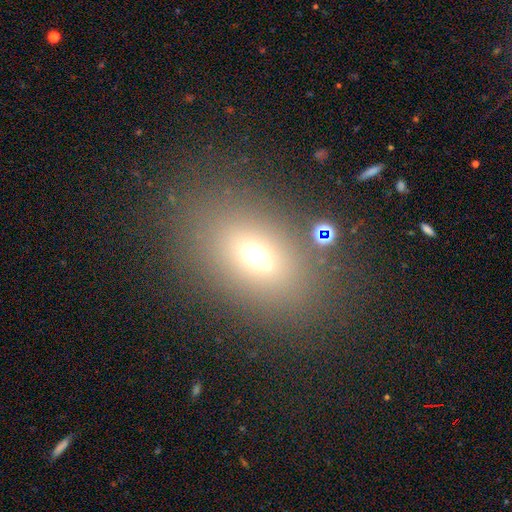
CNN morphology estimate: This appears to be a smooth galaxy with no disk features (65%) that is in between round and cigar-shaped (78%). Merging: none (81%).